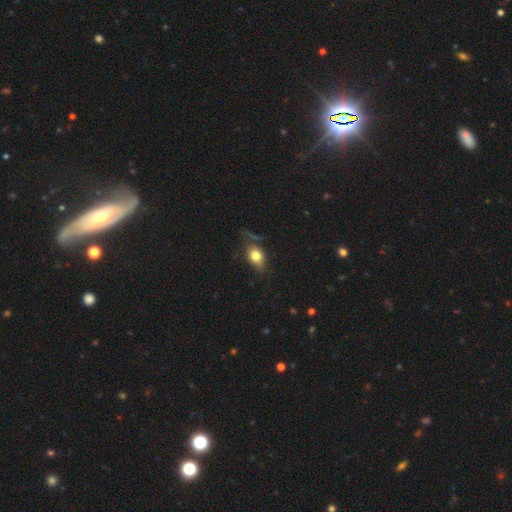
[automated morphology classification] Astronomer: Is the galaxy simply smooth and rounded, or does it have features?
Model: smooth — 75%.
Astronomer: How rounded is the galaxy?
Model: in between — 71%.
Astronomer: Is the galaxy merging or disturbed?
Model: none — 61%.